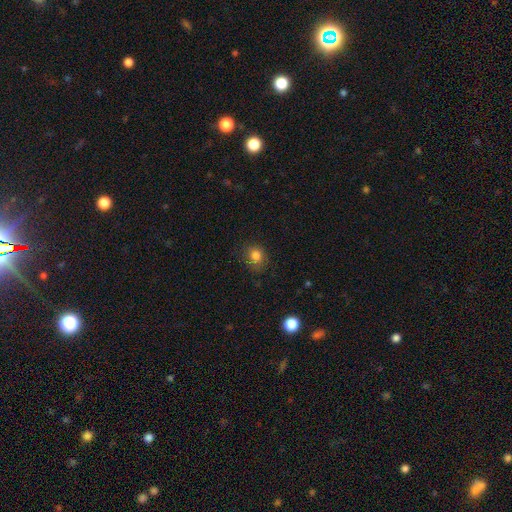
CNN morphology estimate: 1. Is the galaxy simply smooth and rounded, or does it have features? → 82% smooth, 12% star or artifact, 6% featured or disk.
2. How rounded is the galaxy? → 71% round, 29% in between, 1% cigar-shaped.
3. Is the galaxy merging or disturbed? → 75% none, 18% minor disturbance, 6% major disturbance, 1% merger.